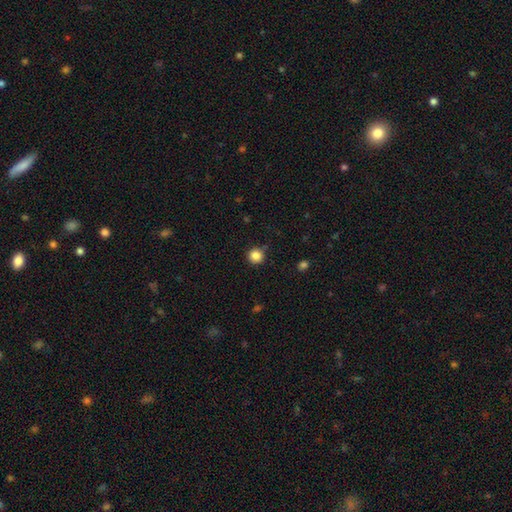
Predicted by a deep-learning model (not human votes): smooth_or_featured: smooth (p=0.85) [alt: star or artifact p=0.11]
how_rounded: round (p=0.94) [alt: in between p=0.05]
merging: none (p=0.88) [alt: minor disturbance p=0.08]